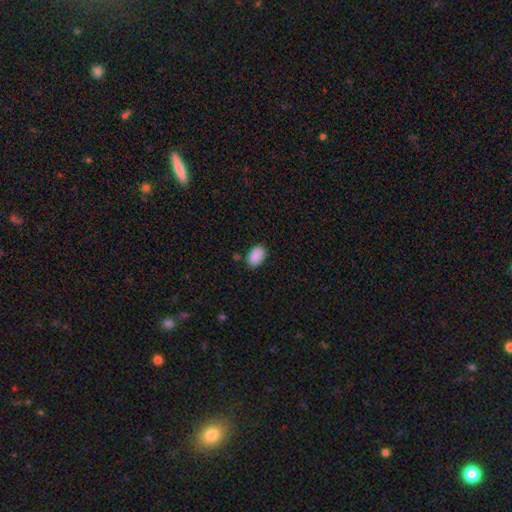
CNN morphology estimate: This appears to be a smooth galaxy with no disk features (89%) that is in between round and cigar-shaped (89%). Merging: none (81%).